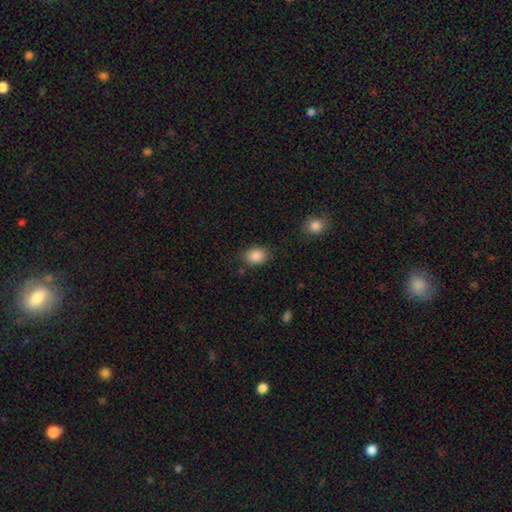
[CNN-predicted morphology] A smooth galaxy with no disk features (88%) that is in between round and cigar-shaped (60%).

Vote fractions:
- Smooth or featured? smooth: 88% / star or artifact: 8% / featured or disk: 4%
- How rounded? in between: 60% / round: 39% / cigar-shaped: 1%
- Merging? none: 80% / minor disturbance: 13% / major disturbance: 4% / merger: 2%